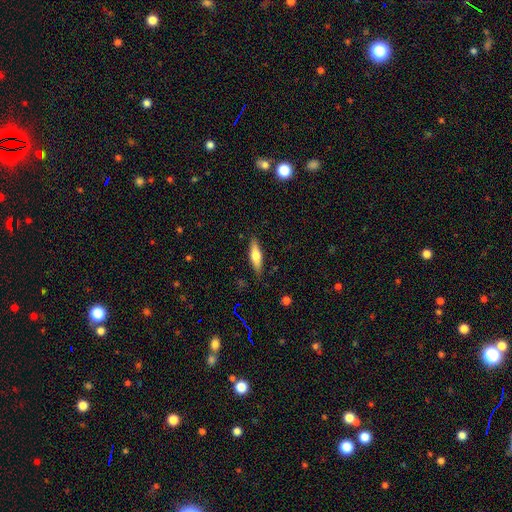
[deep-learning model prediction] The model was most divided on "smooth or featured": smooth: 57%, featured or disk: 37%, star or artifact: 6%. More confident: merging — none (86%); how rounded — cigar-shaped (64%).